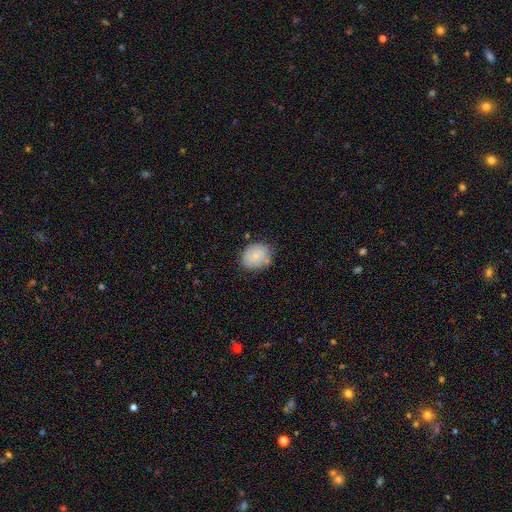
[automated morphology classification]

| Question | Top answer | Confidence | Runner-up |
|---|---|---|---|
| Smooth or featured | smooth | 72% | featured or disk (20%) |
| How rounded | round | 50% | in between (49%) |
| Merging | none | 75% | minor disturbance (18%) |